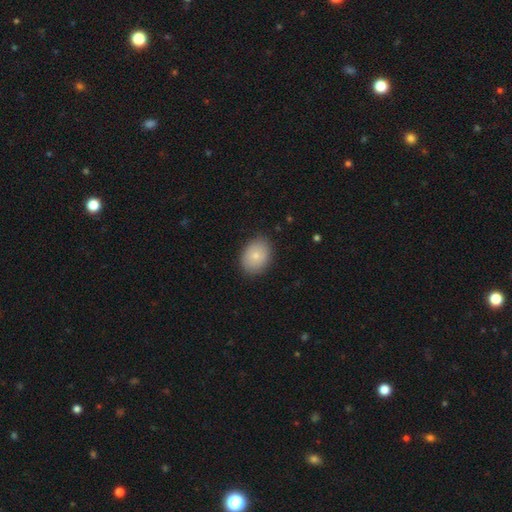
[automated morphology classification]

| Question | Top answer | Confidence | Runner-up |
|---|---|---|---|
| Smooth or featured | smooth | 80% | featured or disk (12%) |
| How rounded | in between | 62% | round (37%) |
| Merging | none | 84% | minor disturbance (12%) |